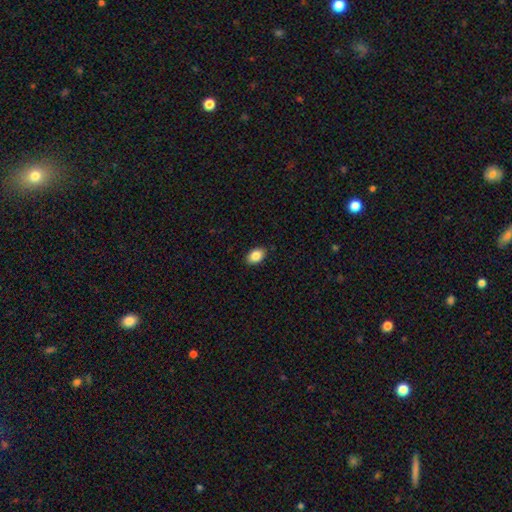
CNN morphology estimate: Overall: smooth (86%). How rounded: in between (87%). Merging: none (88%).